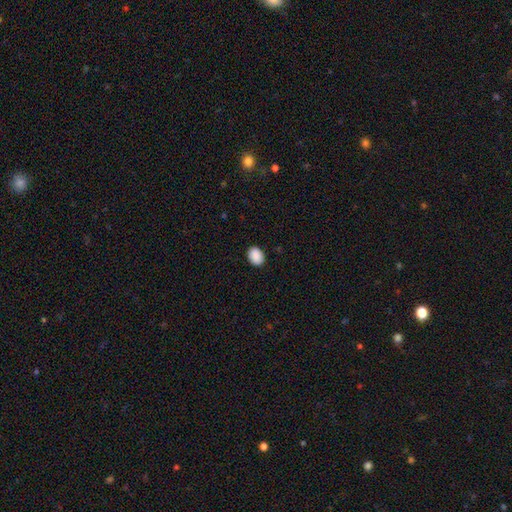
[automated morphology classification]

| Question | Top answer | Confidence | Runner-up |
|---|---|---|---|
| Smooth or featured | smooth | 90% | star or artifact (7%) |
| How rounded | in between | 72% | round (27%) |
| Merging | none | 90% | minor disturbance (7%) |